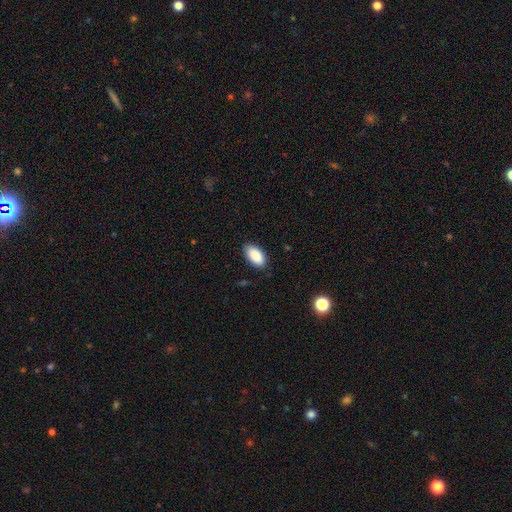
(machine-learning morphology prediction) Q: Smooth or featured?
A: smooth (89%); runner-up: star or artifact (7%)
Q: How rounded?
A: in between (95%); runner-up: cigar-shaped (3%)
Q: Merging?
A: none (84%); runner-up: minor disturbance (12%)